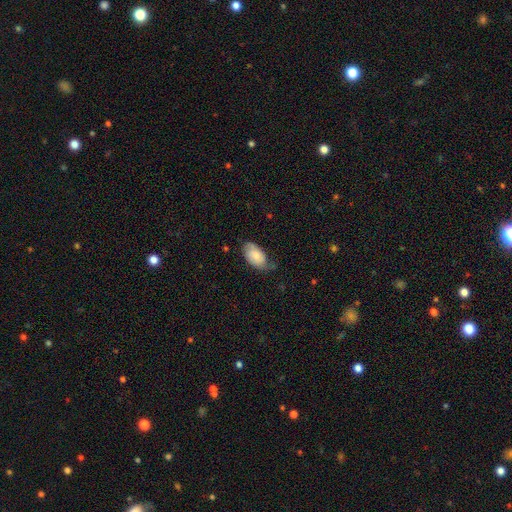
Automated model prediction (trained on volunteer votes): This appears to be a smooth galaxy with no disk features (66%) that is in between round and cigar-shaped (93%). Merging: none (52%).